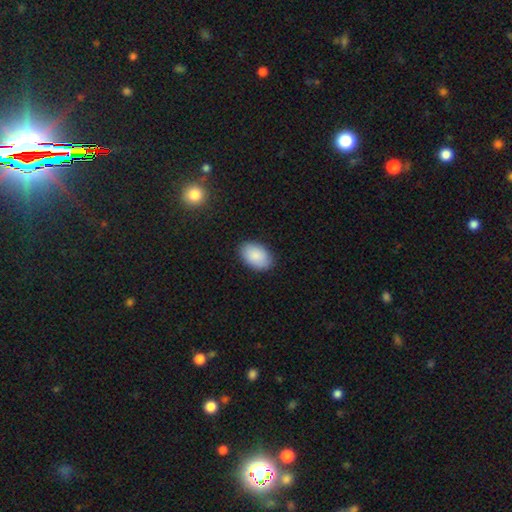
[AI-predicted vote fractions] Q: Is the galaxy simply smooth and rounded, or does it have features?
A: smooth — 89%.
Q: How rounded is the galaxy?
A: in between — 91%.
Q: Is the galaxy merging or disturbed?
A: none — 88%.